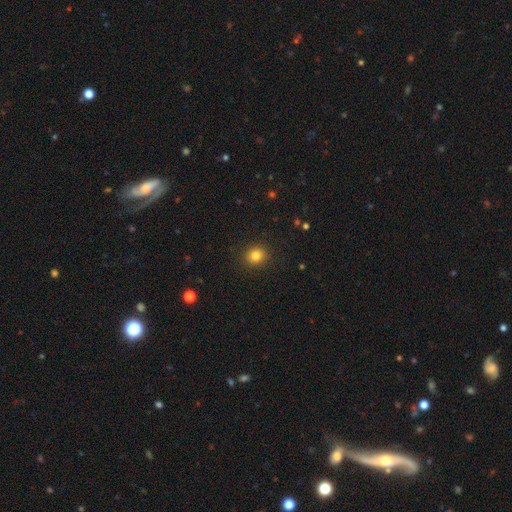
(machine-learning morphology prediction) A smooth galaxy with no disk features (82%) that is round (82%). Merging: none (91%).